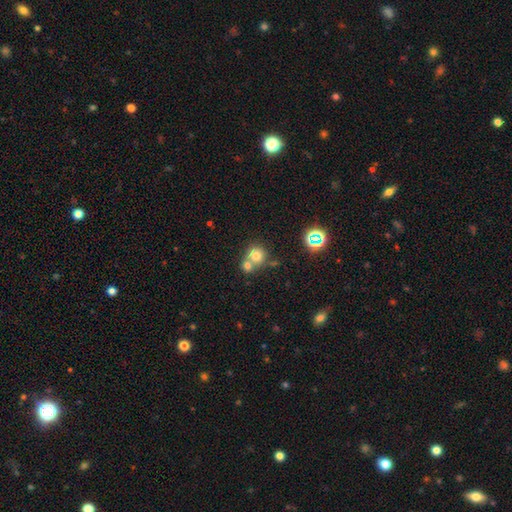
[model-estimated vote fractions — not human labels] Smooth or featured?
  - smooth: 72% *
  - star or artifact: 15%
  - featured or disk: 13%
How rounded?
  - round: 87% *
  - in between: 12%
  - cigar-shaped: 1%
Merging?
  - merger: 48% *
  - none: 42%
  - minor disturbance: 7%
  - major disturbance: 3%